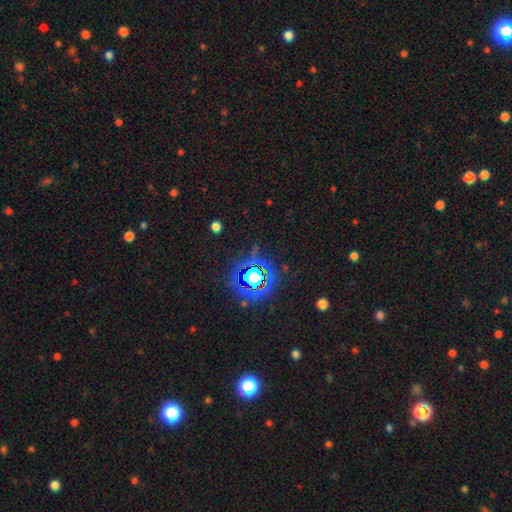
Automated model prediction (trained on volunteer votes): This is clearly a star or artifact rather than a galaxy (83%).